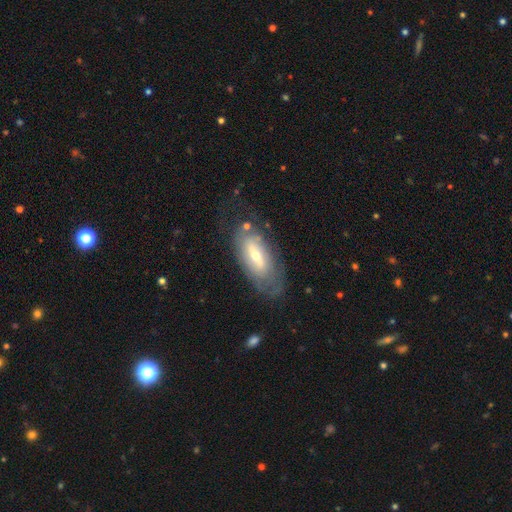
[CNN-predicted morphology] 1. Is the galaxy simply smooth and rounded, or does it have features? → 60% featured or disk, 33% smooth, 8% star or artifact.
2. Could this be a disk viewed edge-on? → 82% no, 18% yes.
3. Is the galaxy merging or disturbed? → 61% none, 22% minor disturbance, 14% major disturbance, 4% merger.